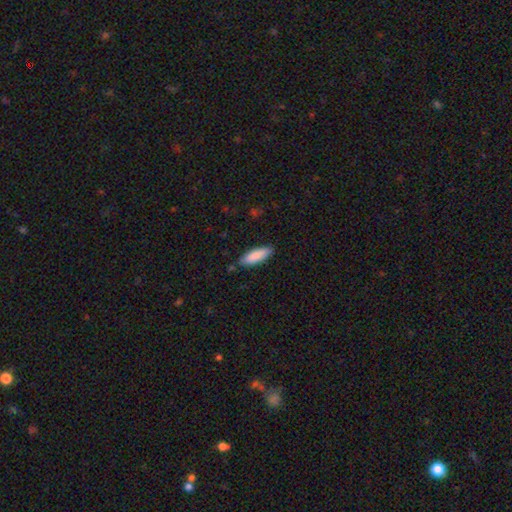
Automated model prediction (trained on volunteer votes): Morphology: type=smooth (87%); roundness=in between (57%); merging=none (81%).